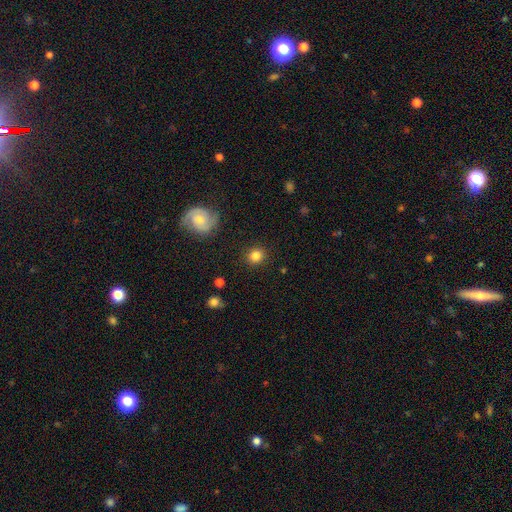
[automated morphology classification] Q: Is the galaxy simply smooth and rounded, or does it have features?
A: smooth — 84%.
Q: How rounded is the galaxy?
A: round — 88%.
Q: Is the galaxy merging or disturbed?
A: none — 89%.